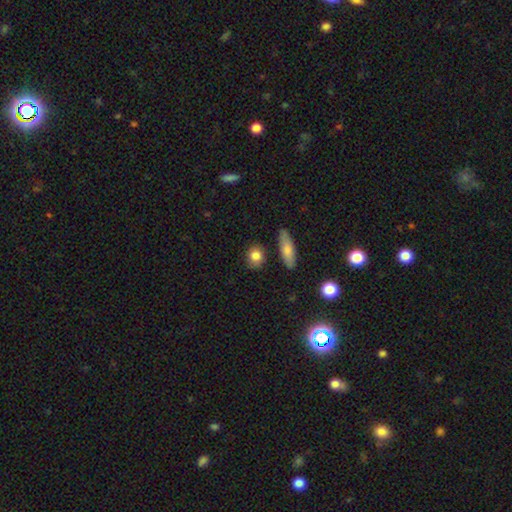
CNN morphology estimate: Overall: smooth (83%). How rounded: round (60%; in between 36%). Merging: none (81%).